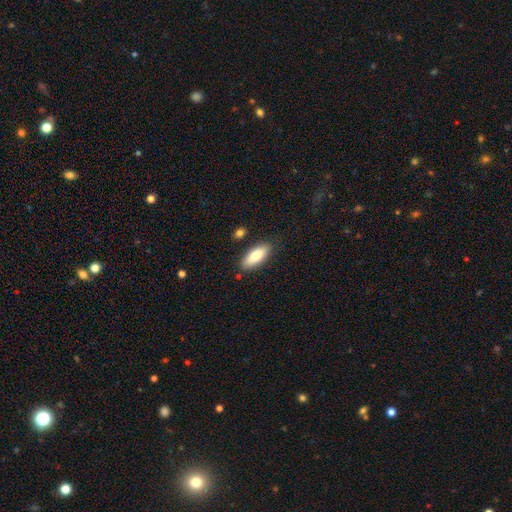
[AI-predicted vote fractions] This appears to be a smooth galaxy with no disk features (80%) that is in between round and cigar-shaped (75%). Merging: none (83%).